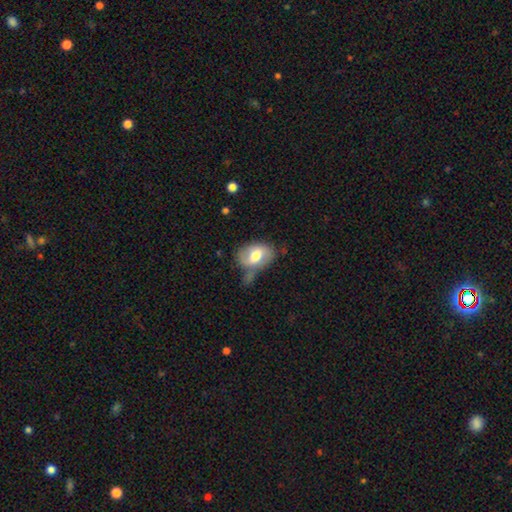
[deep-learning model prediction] The model was most divided on "merging": none: 41%, minor disturbance: 28%, merger: 16%, major disturbance: 15%. More confident: how rounded — in between (82%); smooth or featured — smooth (54%).